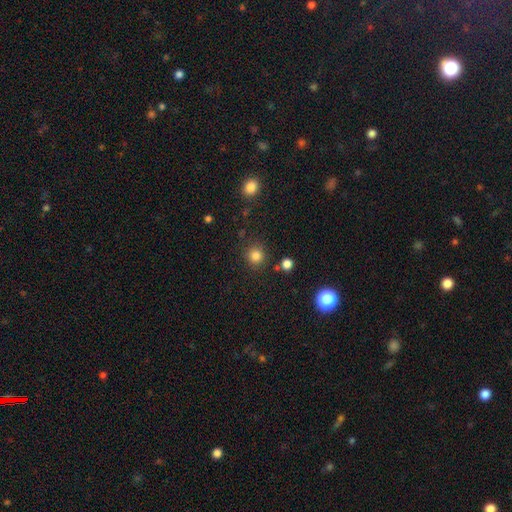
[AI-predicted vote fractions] smooth-or-featured: smooth: 82% | star or artifact: 13% | featured or disk: 5%
  how-rounded: round: 92% | in between: 7% | cigar-shaped: 1%
  merging: none: 86% | minor disturbance: 8% | merger: 4% | major disturbance: 3%